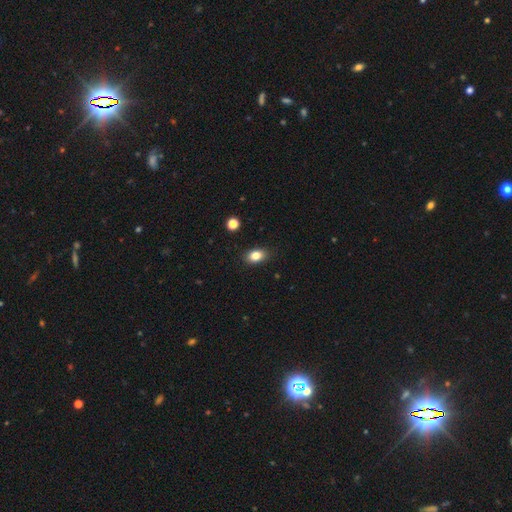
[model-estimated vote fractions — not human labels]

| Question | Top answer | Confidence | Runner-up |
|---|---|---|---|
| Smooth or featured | smooth | 82% | star or artifact (10%) |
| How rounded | in between | 80% | round (19%) |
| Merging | none | 86% | minor disturbance (10%) |